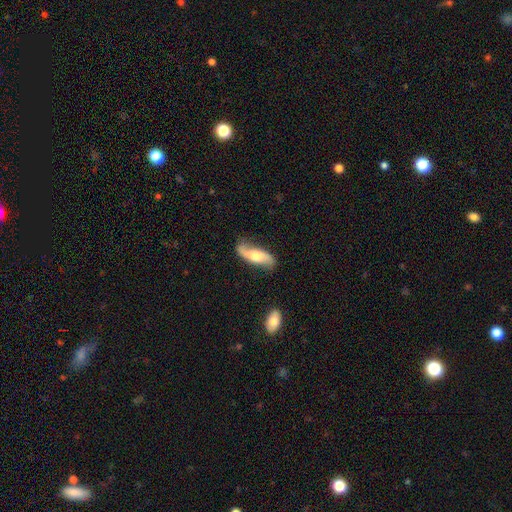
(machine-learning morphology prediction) Overall: featured or disk (63%; smooth 31%). Edge-on disk: no (80%). Bar: no (52%; weak 34%). Spiral arms: yes (90%). Bulge size: moderate (55%; large 27%). Merging: none (72%).